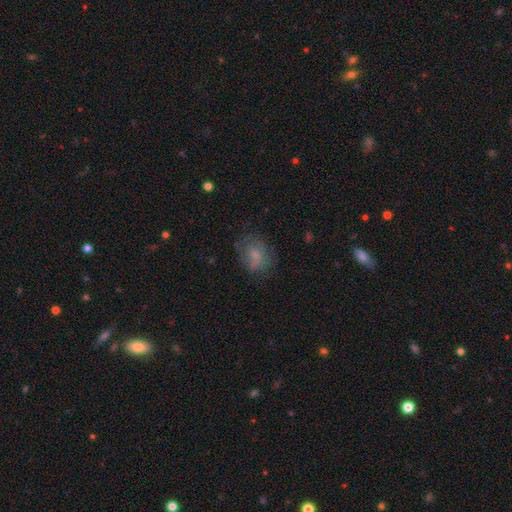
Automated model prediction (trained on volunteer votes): This is likely a smooth galaxy (68%). How rounded: possibly in between (50%). Merging: possibly none (60%).